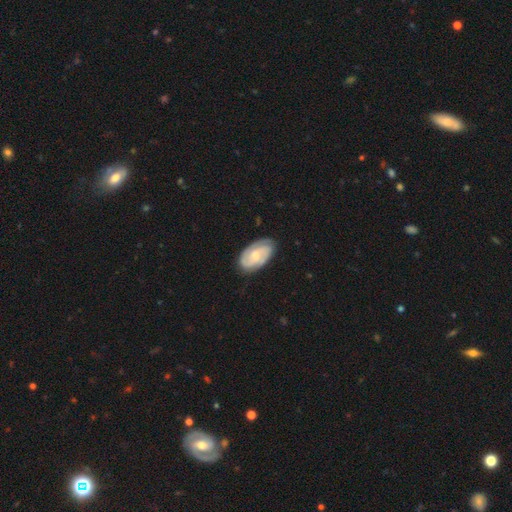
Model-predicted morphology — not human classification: featured or disk 74%, smooth 21%, star or artifact 5%. Down the decision tree: edge-on disk — no (97%); bar — no (52%); spiral arms — yes (95%); spiral arm count — 2 (57%); spiral winding — tight (53%); bulge size — moderate (46%); merging — none (78%).